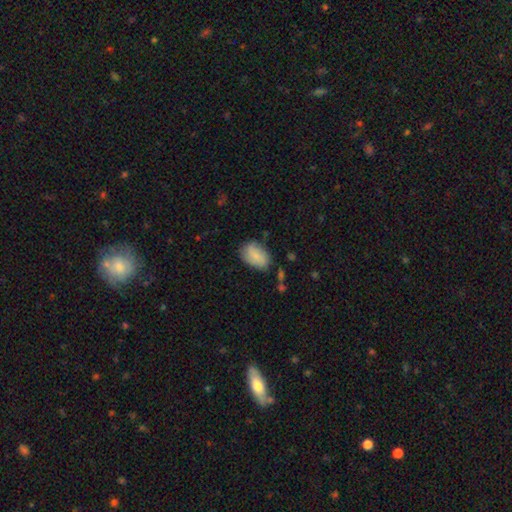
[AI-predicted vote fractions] smooth_or_featured: smooth (p=0.73) [alt: featured or disk p=0.20]
how_rounded: in between (p=0.87) [alt: round p=0.11]
merging: none (p=0.66) [alt: minor disturbance p=0.24]